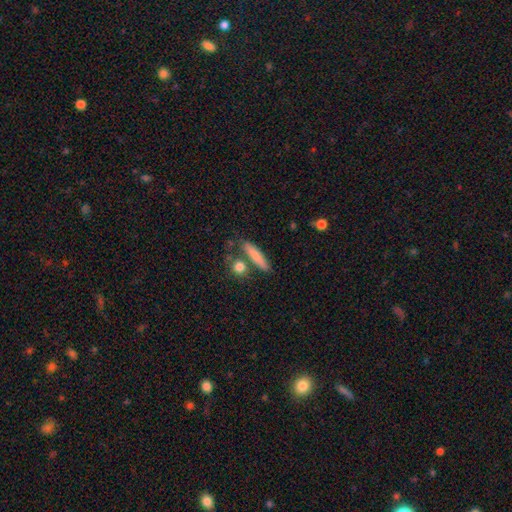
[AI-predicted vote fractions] Smooth or featured: smooth — 79% (featured or disk — 15%)
How rounded: cigar-shaped — 72% (in between — 17%)
Merging: none — 74% (minor disturbance — 12%)